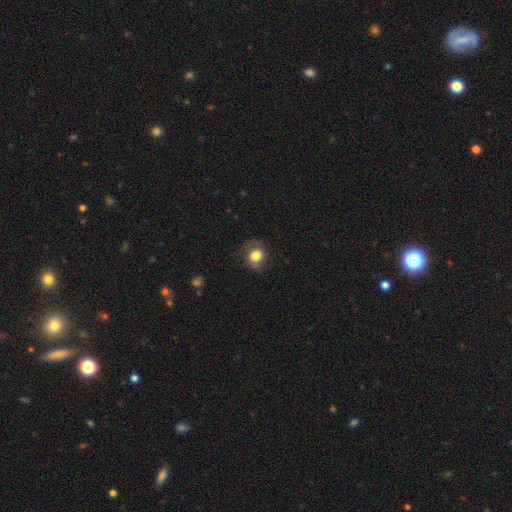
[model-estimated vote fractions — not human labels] A smooth galaxy with no disk features (68%) that is round (71%).

Vote fractions:
- Smooth or featured? smooth: 68% / featured or disk: 23% / star or artifact: 9%
- How rounded? round: 71% / in between: 28% / cigar-shaped: 1%
- Merging? none: 66% / minor disturbance: 21% / major disturbance: 11% / merger: 1%